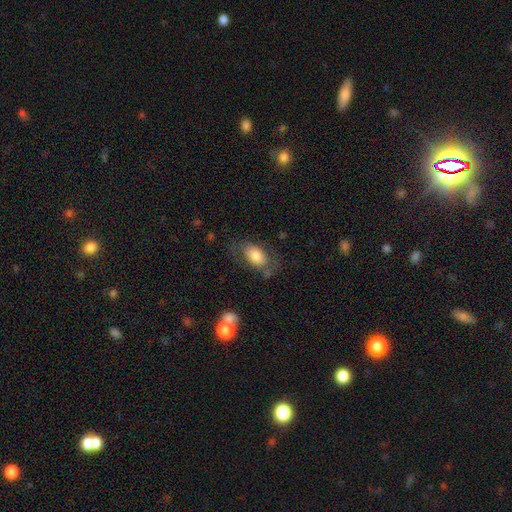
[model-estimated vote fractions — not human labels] Q: Smooth or featured?
A: smooth (68%); runner-up: featured or disk (25%)
Q: How rounded?
A: in between (90%); runner-up: round (8%)
Q: Merging?
A: none (61%); runner-up: minor disturbance (21%)